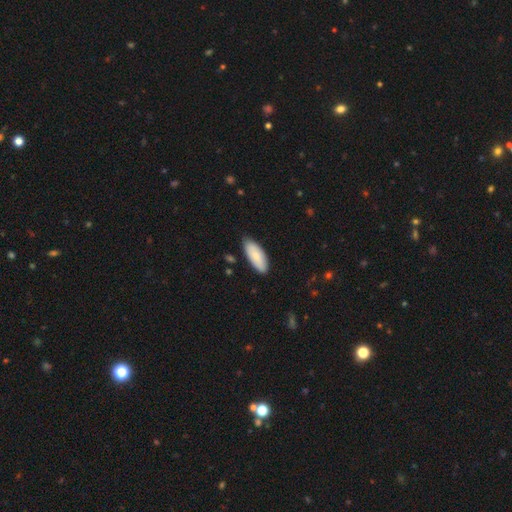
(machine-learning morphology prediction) Smooth or featured: smooth — 79% (featured or disk — 16%)
How rounded: in between — 84% (cigar-shaped — 14%)
Merging: none — 79% (minor disturbance — 17%)